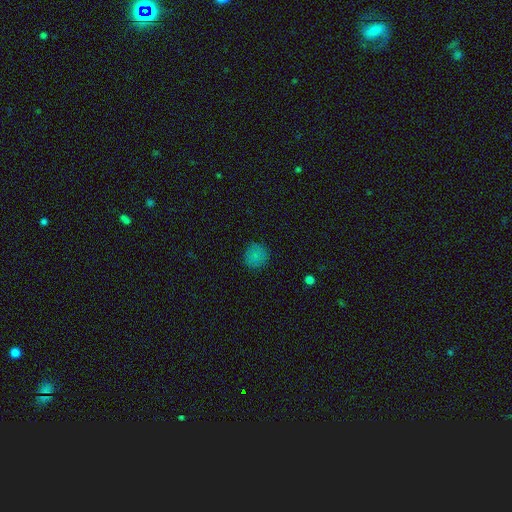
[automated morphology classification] A smooth galaxy with no disk features (80%) that is round (91%). Merging: none (86%).